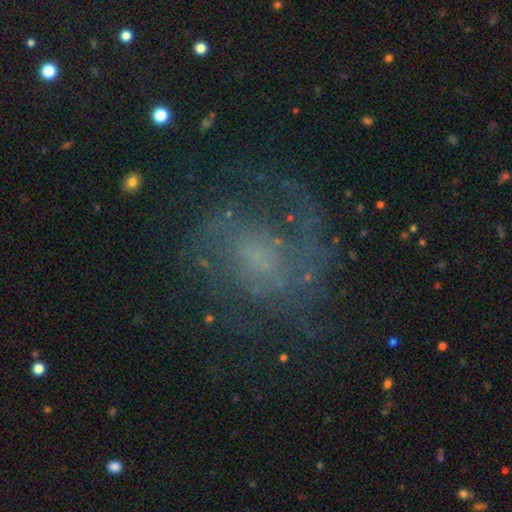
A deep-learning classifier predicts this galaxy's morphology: This appears to be a featured or disk galaxy (75%) with no bar (52%), 2 (56%) medium (49%) spiral arms (89%) and no central bulge (34%). Merging: none (67%).